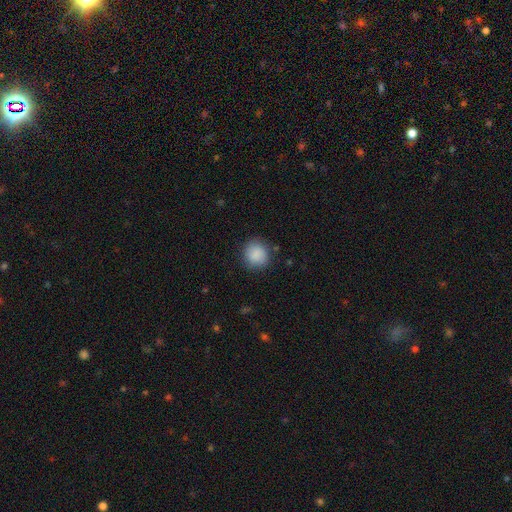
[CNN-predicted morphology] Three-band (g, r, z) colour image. It shows a smooth galaxy with no disk features (88%) that is round (87%). Merging: none (84%).